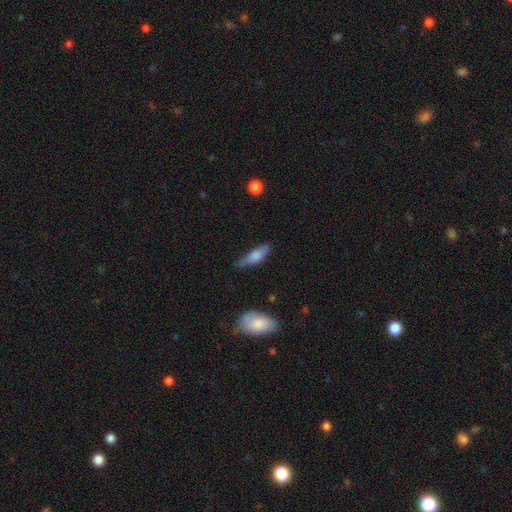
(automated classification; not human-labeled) This appears to be a smooth galaxy with no disk features (71%) that is in between round and cigar-shaped (50%). Merging: none (61%).